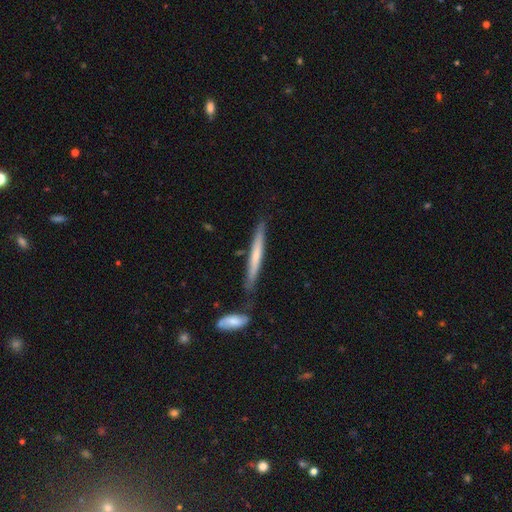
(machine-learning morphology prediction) This appears to be a smooth galaxy with no disk features (53%) that is cigar-shaped (96%). Merging: none (77%).